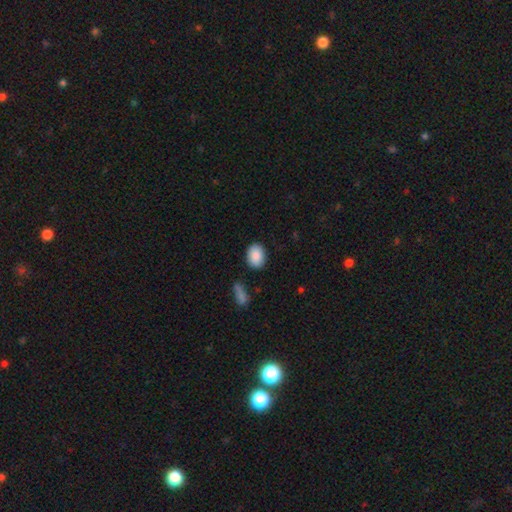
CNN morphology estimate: smooth_or_featured: smooth (p=0.89) [alt: star or artifact p=0.07]
how_rounded: in between (p=0.73) [alt: round p=0.25]
merging: none (p=0.85) [alt: minor disturbance p=0.10]